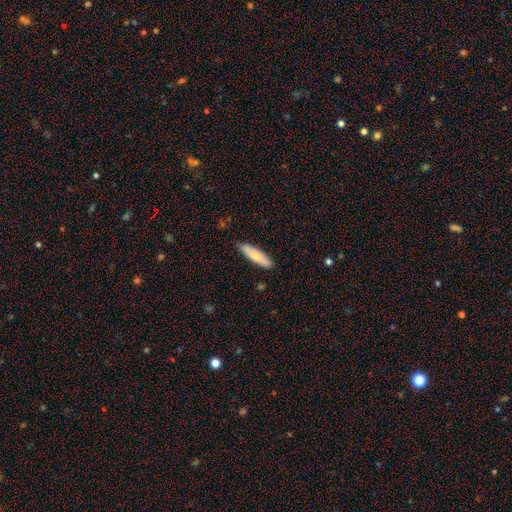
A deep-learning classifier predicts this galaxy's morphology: Q: Smooth or featured?
A: smooth (73%); runner-up: featured or disk (22%)
Q: How rounded?
A: cigar-shaped (67%); runner-up: in between (31%)
Q: Merging?
A: none (86%); runner-up: minor disturbance (11%)